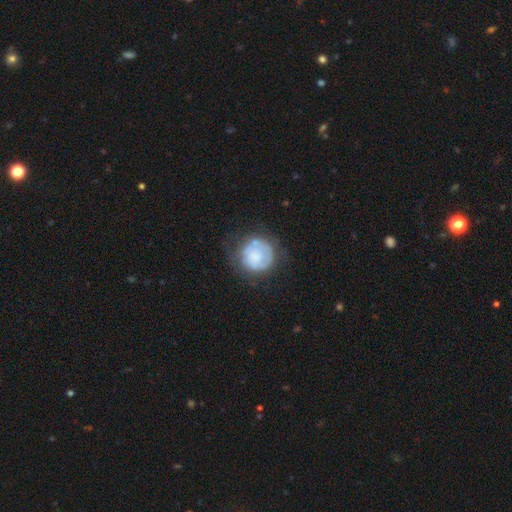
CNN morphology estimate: smooth 48%, featured or disk 45%, star or artifact 7%. Down the decision tree: merging — none (55%).